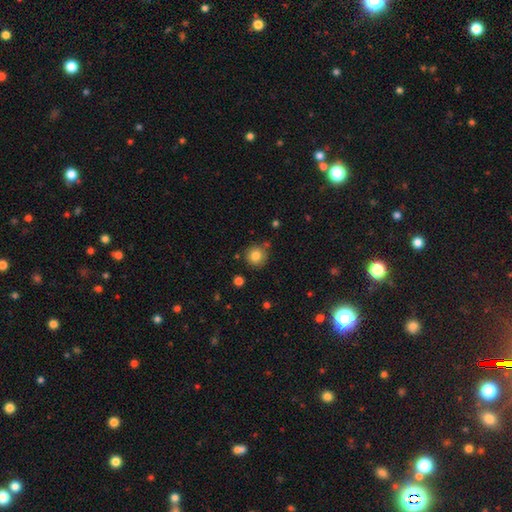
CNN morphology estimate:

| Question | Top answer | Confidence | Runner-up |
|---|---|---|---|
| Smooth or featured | smooth | 82% | star or artifact (11%) |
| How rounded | round | 93% | in between (6%) |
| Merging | none | 80% | minor disturbance (11%) |